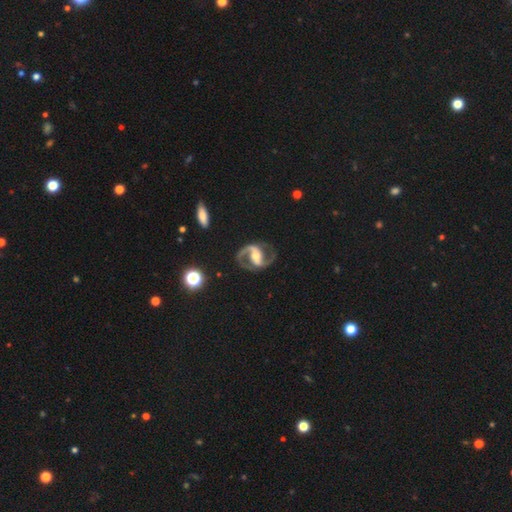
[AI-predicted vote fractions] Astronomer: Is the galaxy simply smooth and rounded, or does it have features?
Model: featured or disk — 91%.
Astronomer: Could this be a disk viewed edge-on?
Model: no — 98%.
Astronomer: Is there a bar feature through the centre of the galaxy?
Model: strong — 50% (runner-up: weak, 32%).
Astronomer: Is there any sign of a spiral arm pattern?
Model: yes — 97%.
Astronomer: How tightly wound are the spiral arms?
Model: medium — 63%.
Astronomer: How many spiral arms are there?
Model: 2 — 94%.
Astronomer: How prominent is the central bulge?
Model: moderate — 57%.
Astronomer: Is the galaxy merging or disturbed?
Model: none — 81%.